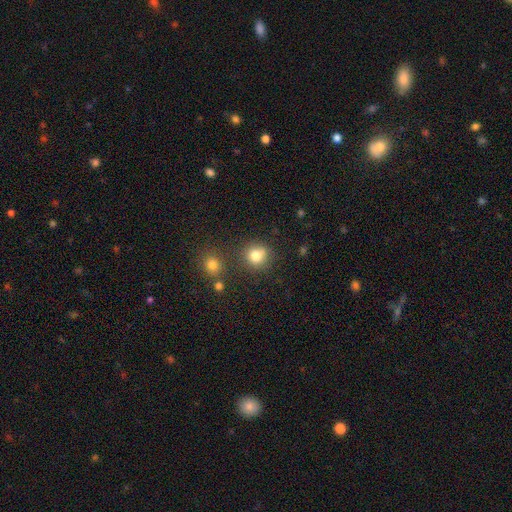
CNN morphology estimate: A smooth galaxy with no disk features (80%) that is round (87%).

Vote fractions:
- Smooth or featured? smooth: 80% / star or artifact: 13% / featured or disk: 7%
- How rounded? round: 87% / in between: 12% / cigar-shaped: 1%
- Merging? none: 71% / minor disturbance: 13% / merger: 11% / major disturbance: 4%